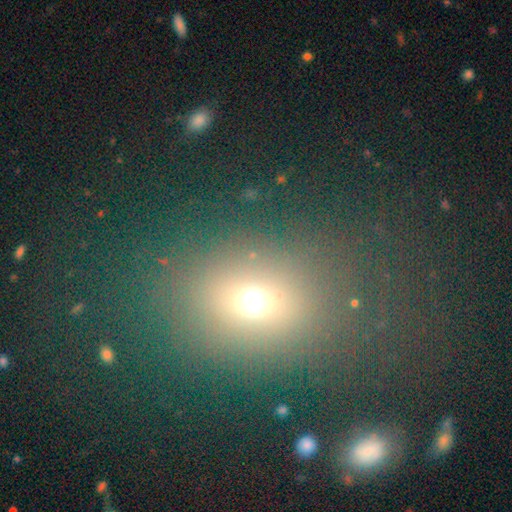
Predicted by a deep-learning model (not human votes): A smooth galaxy with no disk features (64%) that is in between round and cigar-shaped (51%).

Vote fractions:
- Smooth or featured? smooth: 64% / star or artifact: 23% / featured or disk: 13%
- How rounded? in between: 51% / round: 47% / cigar-shaped: 2%
- Merging? none: 73% / minor disturbance: 13% / major disturbance: 11% / merger: 4%